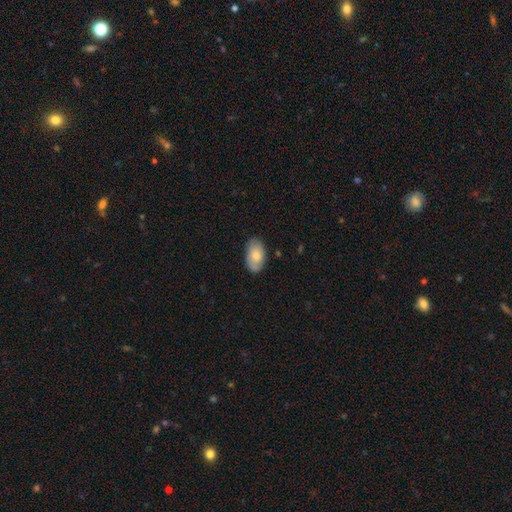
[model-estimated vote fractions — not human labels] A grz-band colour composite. It shows a smooth galaxy with no disk features (75%) that is in between round and cigar-shaped (93%). Merging: none (80%).